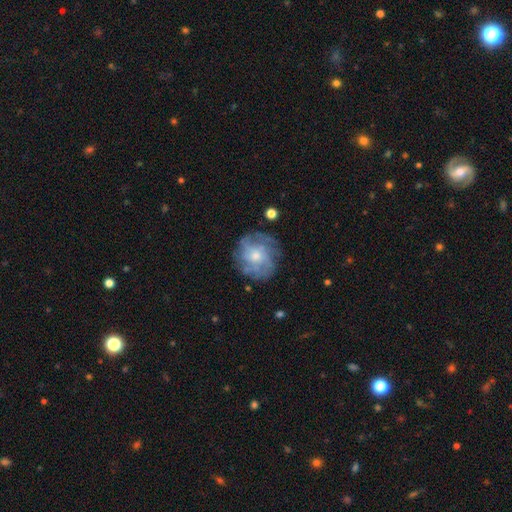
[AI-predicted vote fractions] Smooth or featured? Predicted: featured or disk (p=0.64). Edge-on disk? Predicted: no (p=0.97). Bar? Predicted: no (p=0.78). Spiral arms? Predicted: yes (p=0.74). Bulge size? Predicted: moderate (p=0.49). Merging? Predicted: none (p=0.73).